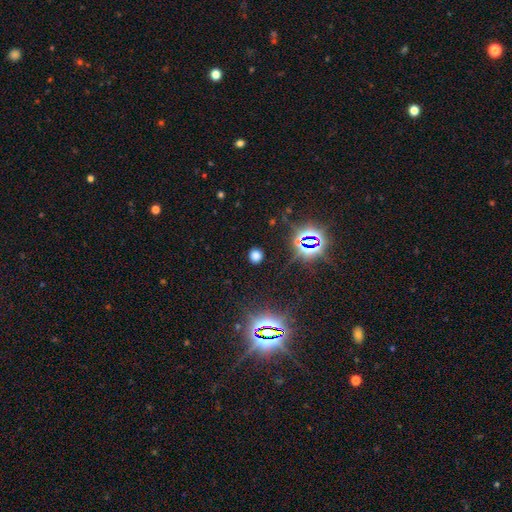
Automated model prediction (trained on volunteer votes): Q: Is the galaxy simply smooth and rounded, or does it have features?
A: smooth — 62%.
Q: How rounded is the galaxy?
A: round — 81%.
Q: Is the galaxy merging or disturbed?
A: none — 88%.